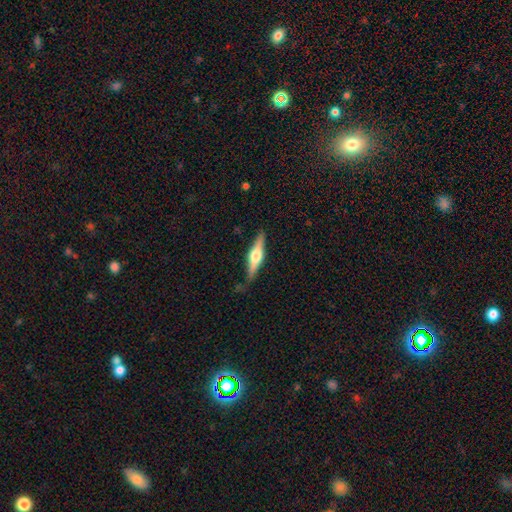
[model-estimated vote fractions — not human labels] This is likely a featured or disk galaxy (71%). It is clearly viewed edge-on (97%). Edge-on bulge: clearly rounded (93%). Merging: clearly none (82%).